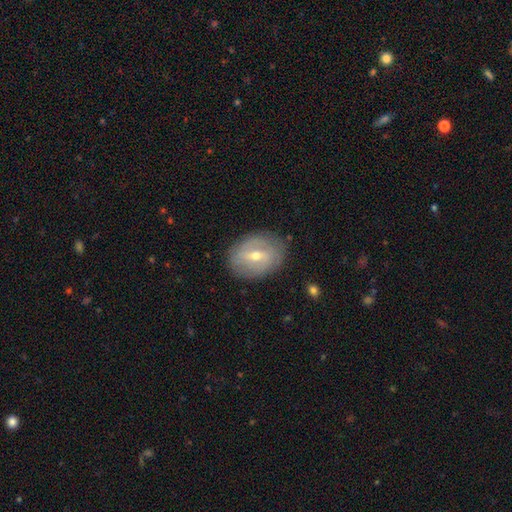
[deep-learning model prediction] Q: Smooth or featured?
A: featured or disk (64%); runner-up: smooth (28%)
Q: Edge-on disk?
A: no (92%); runner-up: yes (8%)
Q: Bar?
A: weak (46%); runner-up: strong (38%)
Q: Spiral arms?
A: no (52%); runner-up: yes (48%)
Q: Bulge size?
A: moderate (54%); runner-up: small (43%)
Q: Merging?
A: none (82%); runner-up: minor disturbance (13%)